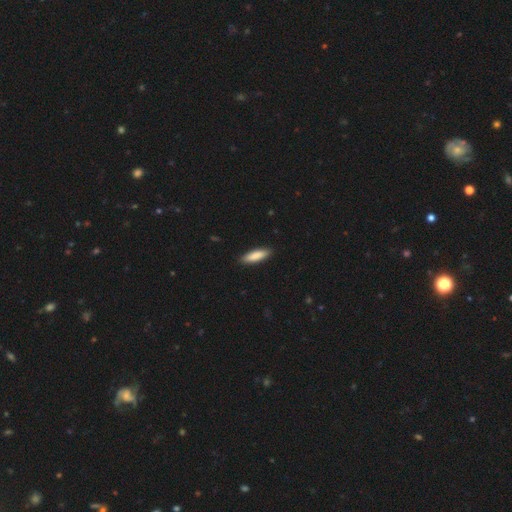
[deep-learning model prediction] A smooth galaxy with no disk features (87%) that is cigar-shaped (56%).

Vote fractions:
- Smooth or featured? smooth: 87% / featured or disk: 8% / star or artifact: 5%
- How rounded? cigar-shaped: 56% / in between: 42% / round: 1%
- Merging? none: 89% / minor disturbance: 8% / major disturbance: 2% / merger: 1%